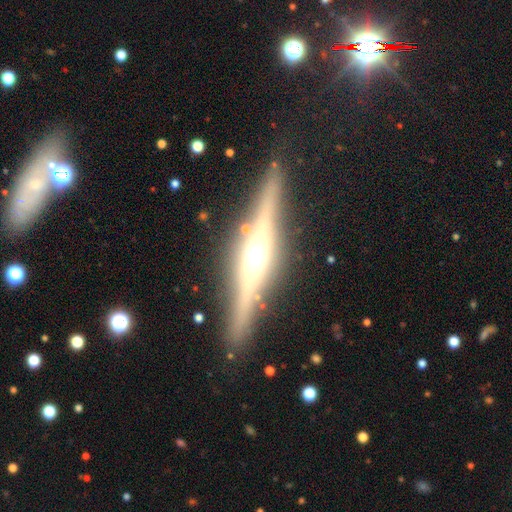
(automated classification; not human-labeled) smooth_or_featured: featured or disk (p=0.82) [alt: smooth p=0.11]
disk_edge_on: yes (p=0.97) [alt: no p=0.03]
edge_on_bulge: rounded (p=0.83) [alt: boxy p=0.13]
merging: none (p=0.87) [alt: minor disturbance p=0.09]